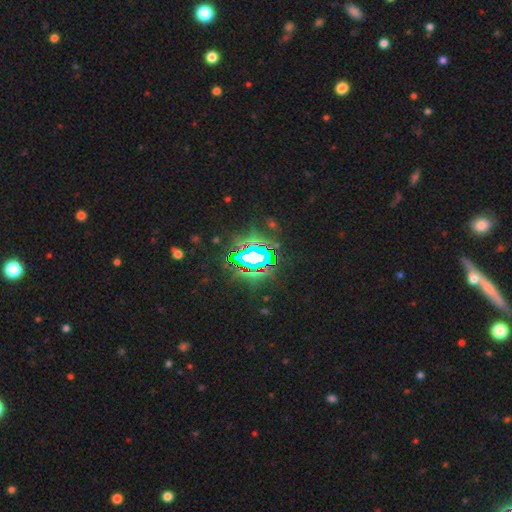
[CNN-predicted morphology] Smooth or featured? Predicted: star or artifact (p=0.81).